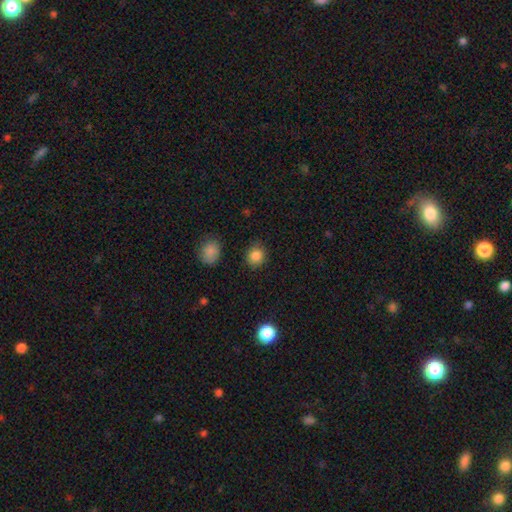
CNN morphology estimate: A smooth galaxy with no disk features (85%) that is round (82%).

Vote fractions:
- Smooth or featured? smooth: 85% / star or artifact: 11% / featured or disk: 4%
- How rounded? round: 82% / in between: 17% / cigar-shaped: 1%
- Merging? none: 88% / minor disturbance: 8% / major disturbance: 2% / merger: 2%